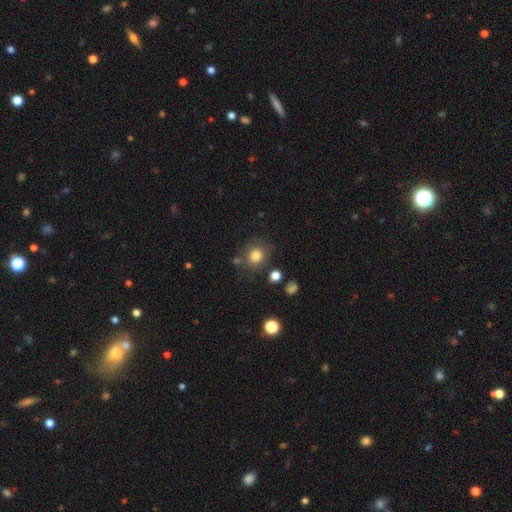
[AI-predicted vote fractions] A smooth galaxy with no disk features (81%) that is round (84%).

Vote fractions:
- Smooth or featured? smooth: 81% / star or artifact: 11% / featured or disk: 8%
- How rounded? round: 84% / in between: 15% / cigar-shaped: 1%
- Merging? none: 76% / minor disturbance: 13% / merger: 6% / major disturbance: 5%